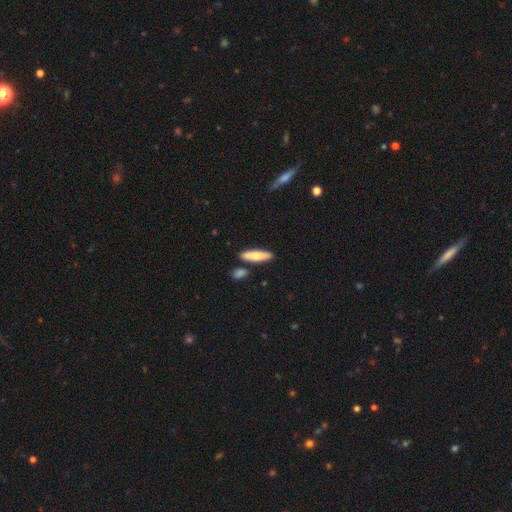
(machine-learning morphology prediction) This is likely a smooth galaxy (74%). How rounded: likely cigar-shaped (70%). Merging: clearly none (82%).